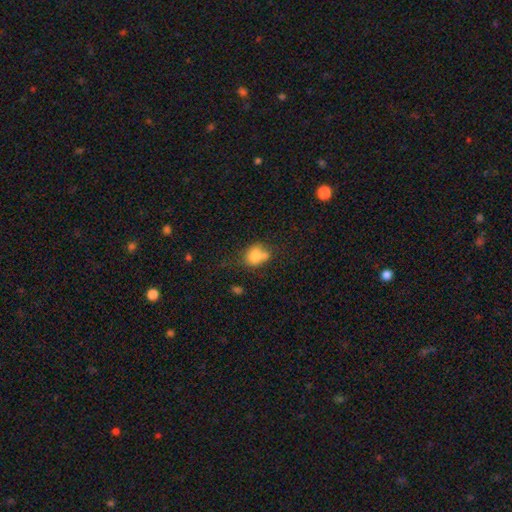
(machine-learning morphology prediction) A smooth galaxy with no disk features (76%) that is in between round and cigar-shaped (52%). Merging: merger (38%).